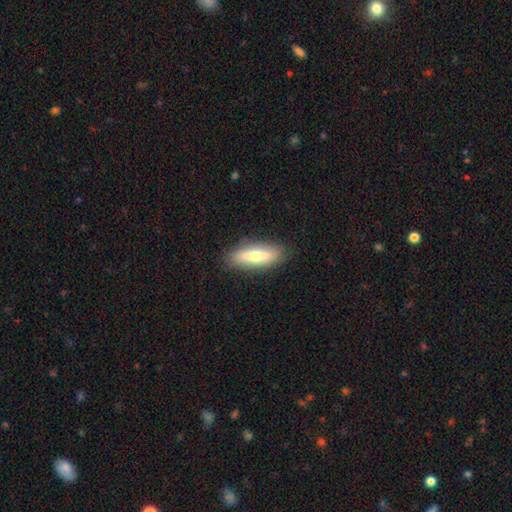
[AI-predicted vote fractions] Smooth or featured? Predicted: smooth (p=0.64). How rounded? Predicted: cigar-shaped (p=0.49, tied with in between). Merging? Predicted: none (p=0.88).